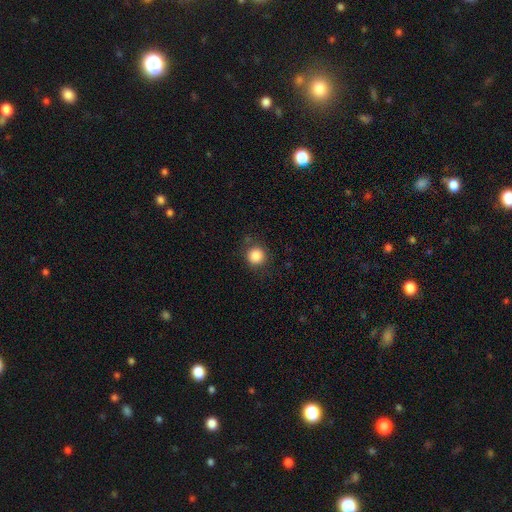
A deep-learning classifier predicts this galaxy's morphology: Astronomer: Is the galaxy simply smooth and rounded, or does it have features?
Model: smooth — 84%.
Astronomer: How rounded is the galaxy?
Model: round — 93%.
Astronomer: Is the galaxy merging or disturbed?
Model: none — 85%.